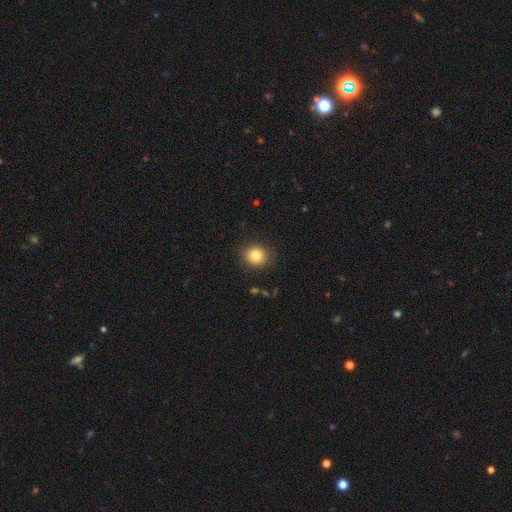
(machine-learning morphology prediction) Smooth or featured? smooth (83%)
How rounded? round (82%)
Merging? none (88%)